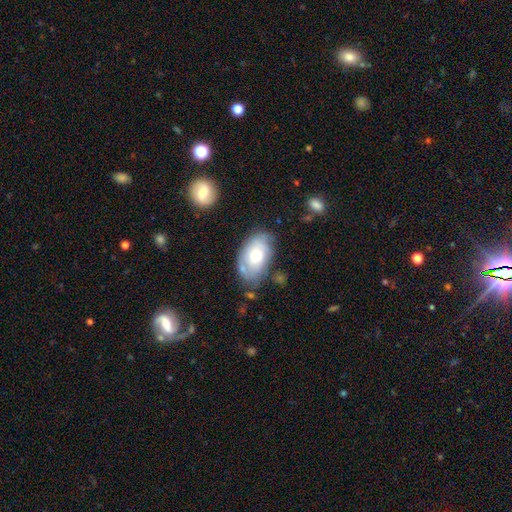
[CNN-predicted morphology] A smooth galaxy with no disk features (57%) that is in between round and cigar-shaped (90%).

Vote fractions:
- Smooth or featured? smooth: 57% / featured or disk: 36% / star or artifact: 7%
- How rounded? in between: 90% / round: 9% / cigar-shaped: 1%
- Merging? none: 63% / minor disturbance: 24% / major disturbance: 7% / merger: 6%